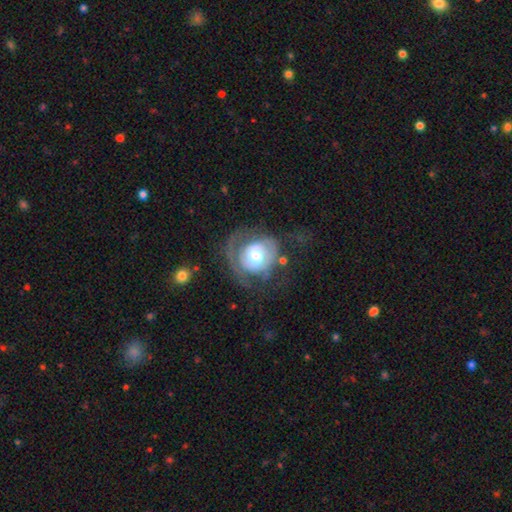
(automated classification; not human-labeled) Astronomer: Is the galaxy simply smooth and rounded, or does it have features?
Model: featured or disk — 68%.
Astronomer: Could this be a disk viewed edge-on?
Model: no — 97%.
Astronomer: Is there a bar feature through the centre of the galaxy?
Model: no — 60%.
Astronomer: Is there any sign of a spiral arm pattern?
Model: yes — 77%.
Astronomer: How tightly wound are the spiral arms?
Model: tight — 51% (runner-up: medium, 32%).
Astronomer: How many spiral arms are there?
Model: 2 — 35% (runner-up: 1, 28%).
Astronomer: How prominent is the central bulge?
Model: moderate — 64%.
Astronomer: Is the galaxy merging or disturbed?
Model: none — 44% (runner-up: major disturbance, 32%).